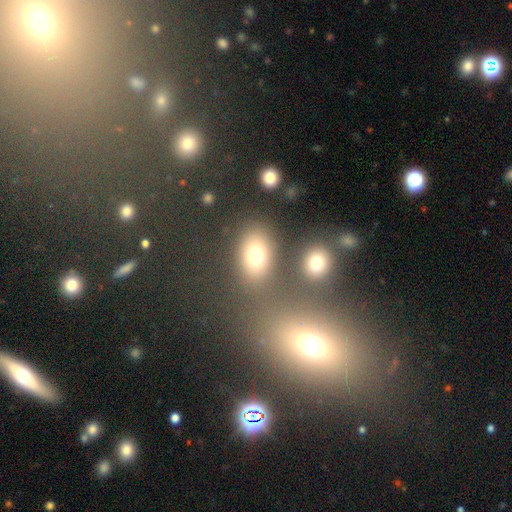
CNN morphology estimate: Smooth or featured? Predicted: smooth (p=0.73). How rounded? Predicted: in between (p=0.65). Merging? Predicted: none (p=0.75).